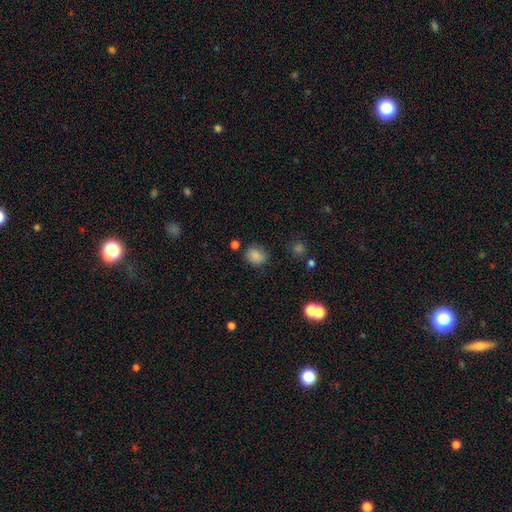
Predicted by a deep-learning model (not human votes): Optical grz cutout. It shows a smooth galaxy with no disk features (84%) that is round (62%). Merging: none (74%).